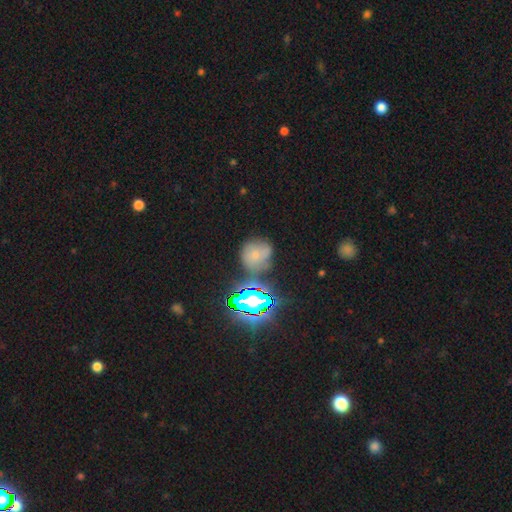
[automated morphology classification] This appears to be a smooth galaxy with no disk features (45%). Merging: none (59%).